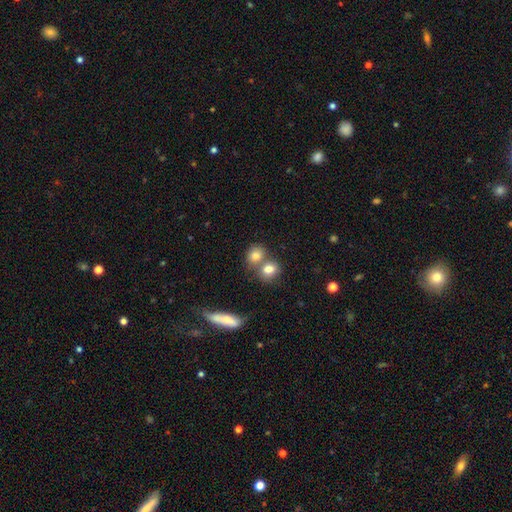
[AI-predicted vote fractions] Q: Smooth or featured?
A: smooth (79%); runner-up: star or artifact (11%)
Q: How rounded?
A: round (64%); runner-up: in between (34%)
Q: Merging?
A: none (45%); runner-up: merger (43%)